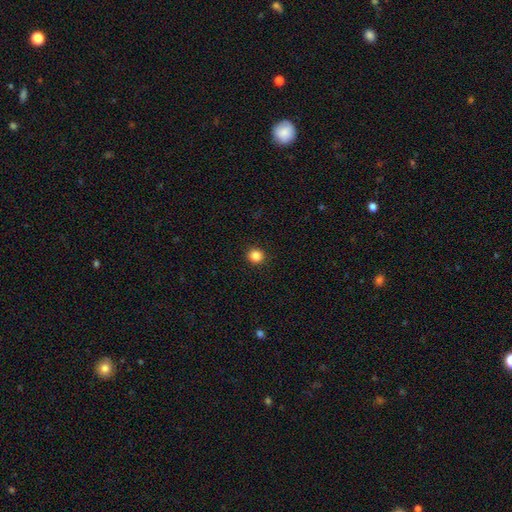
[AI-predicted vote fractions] Smooth or featured? smooth (86%)
How rounded? round (90%)
Merging? none (92%)